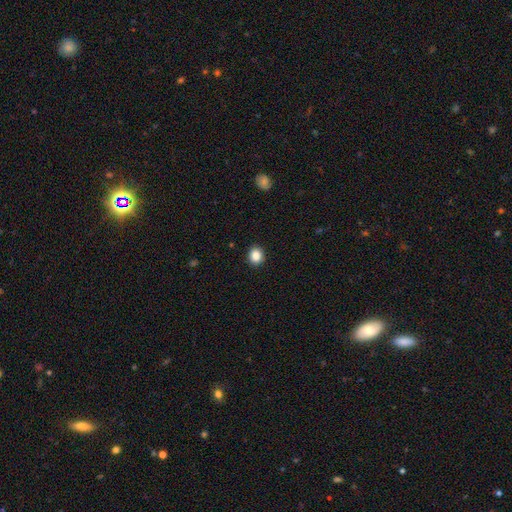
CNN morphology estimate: Smooth or featured? Predicted: smooth (p=0.86). How rounded? Predicted: round (p=0.71). Merging? Predicted: none (p=0.92).